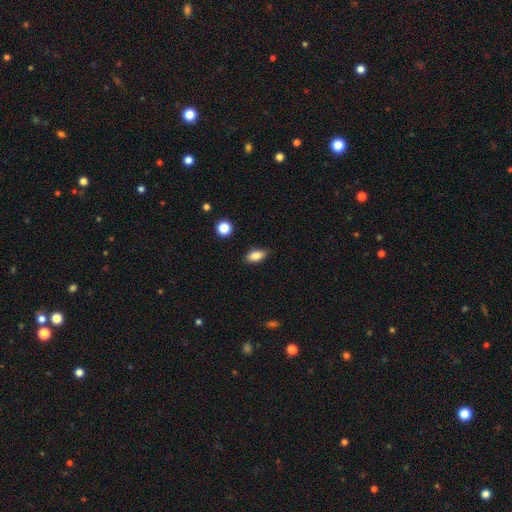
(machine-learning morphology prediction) A smooth galaxy with no disk features (84%) that is in between round and cigar-shaped (88%).

Vote fractions:
- Smooth or featured? smooth: 84% / star or artifact: 8% / featured or disk: 8%
- How rounded? in between: 88% / cigar-shaped: 6% / round: 6%
- Merging? none: 86% / minor disturbance: 11% / major disturbance: 2% / merger: 1%